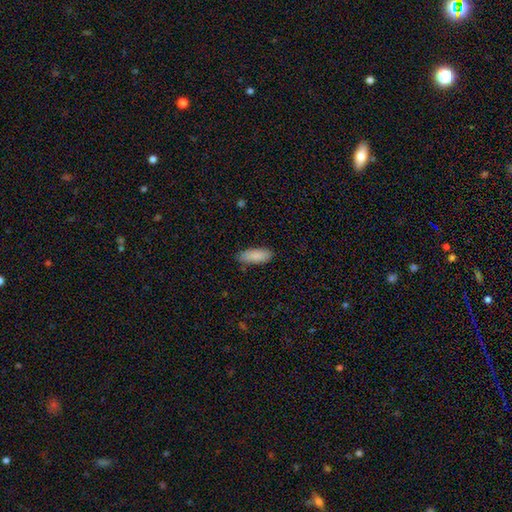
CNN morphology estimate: Q: Smooth or featured?
A: smooth (88%); runner-up: star or artifact (6%)
Q: How rounded?
A: in between (79%); runner-up: cigar-shaped (19%)
Q: Merging?
A: none (83%); runner-up: minor disturbance (13%)